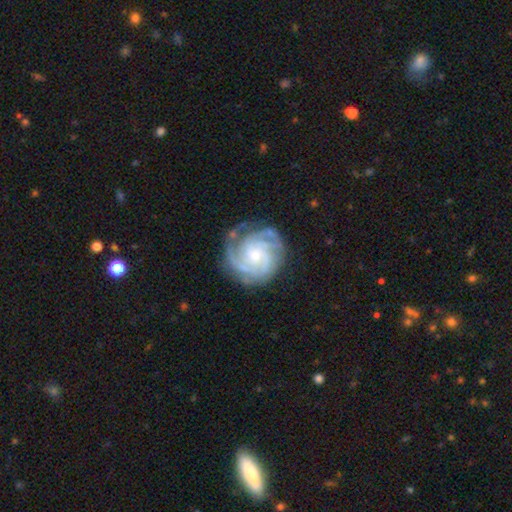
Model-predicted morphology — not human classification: Smooth or featured? Predicted: featured or disk (p=0.88). Edge-on disk? Predicted: no (p=0.98). Bar? Predicted: no (p=0.72). Spiral arms? Predicted: yes (p=0.97). Spiral winding? Predicted: tight (p=0.67). Spiral arm count? Predicted: 3 (p=0.31). Bulge size? Predicted: small (p=0.59). Merging? Predicted: none (p=0.74).